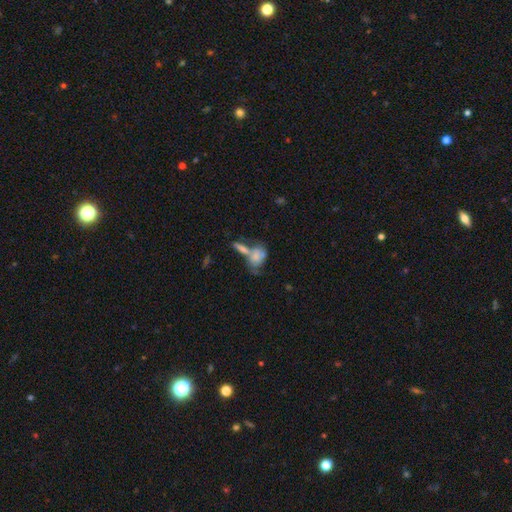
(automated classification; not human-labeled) The model was most divided on "merging": merger: 52%, none: 24%, minor disturbance: 14%, major disturbance: 11%. More confident: how rounded — in between (81%); smooth or featured — smooth (69%).